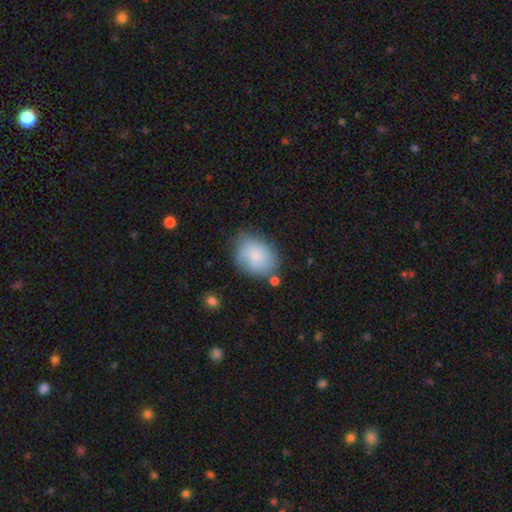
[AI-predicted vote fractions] smooth-or-featured: smooth: 75% | featured or disk: 17% | star or artifact: 7%
  how-rounded: in between: 65% | round: 33% | cigar-shaped: 1%
  merging: none: 62% | minor disturbance: 26% | major disturbance: 7% | merger: 5%